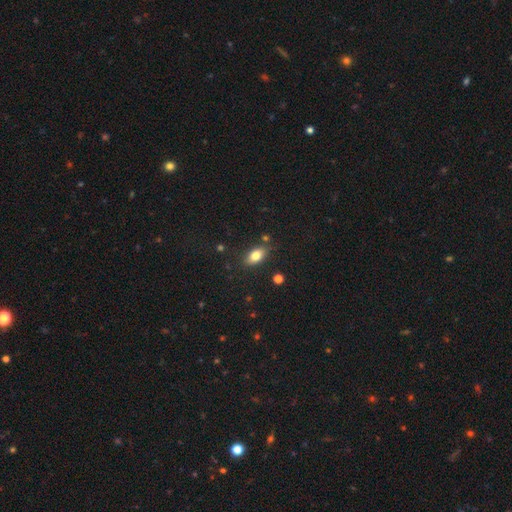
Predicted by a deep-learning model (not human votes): This appears to be a smooth galaxy with no disk features (79%) that is in between round and cigar-shaped (87%). Merging: none (81%).